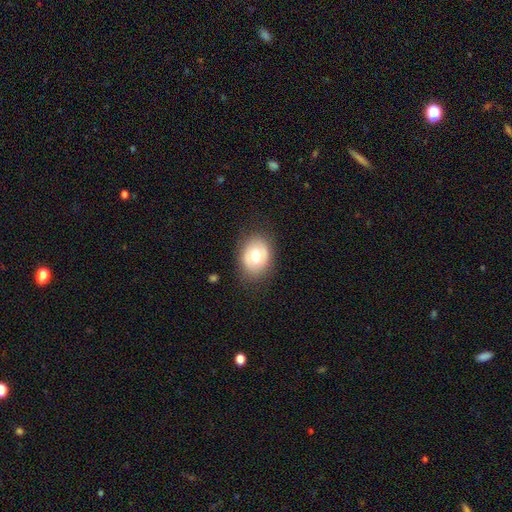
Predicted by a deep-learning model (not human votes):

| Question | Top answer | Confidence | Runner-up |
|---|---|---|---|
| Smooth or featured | smooth | 52% | featured or disk (40%) |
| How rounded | in between | 57% | round (42%) |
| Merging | none | 80% | minor disturbance (14%) |